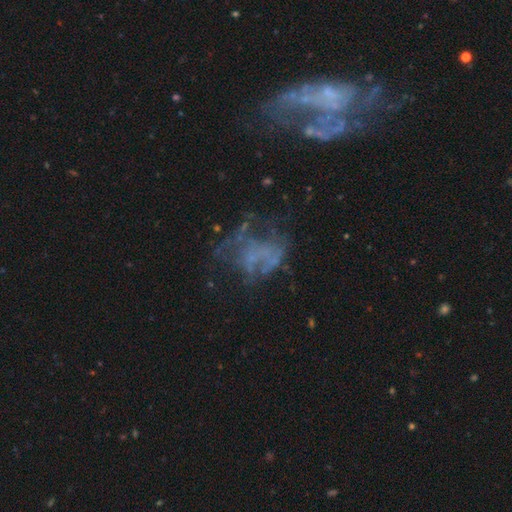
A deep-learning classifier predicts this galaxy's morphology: The model was most divided on "merging": major disturbance: 39%, none: 37%, minor disturbance: 16%, merger: 8%. More confident: edge-on disk — no (97%); bar — no (89%); bulge size — none (81%); spiral arms — no (81%); smooth or featured — featured or disk (57%).